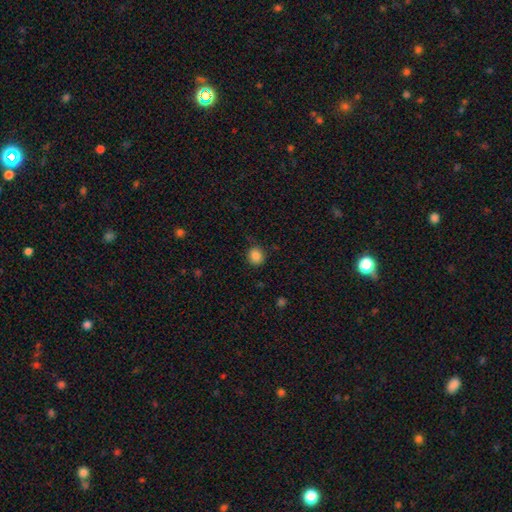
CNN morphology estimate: Smooth or featured?
  - smooth: 85% *
  - star or artifact: 11%
  - featured or disk: 4%
How rounded?
  - round: 88% *
  - in between: 11%
  - cigar-shaped: 1%
Merging?
  - none: 87% *
  - minor disturbance: 9%
  - major disturbance: 2%
  - merger: 1%